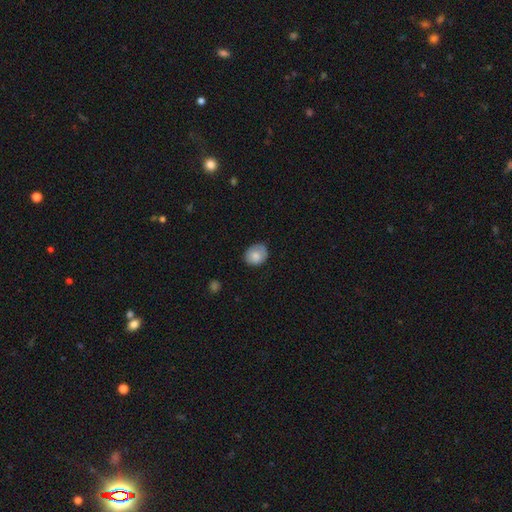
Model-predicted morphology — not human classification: Smooth or featured? smooth (79%)
How rounded? round (66%)
Merging? none (75%)